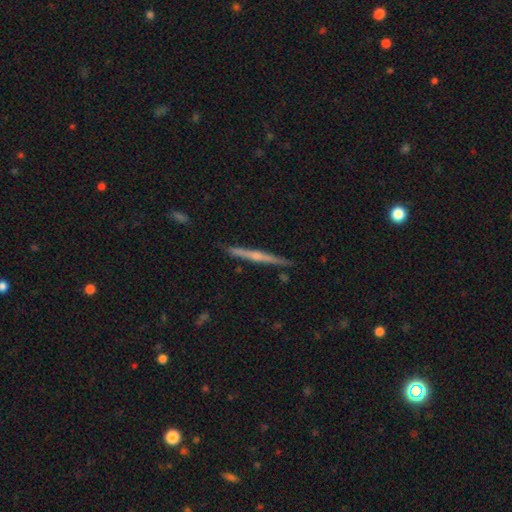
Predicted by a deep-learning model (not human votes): Smooth or featured? featured or disk (66%)
Edge-on disk? yes (98%)
Edge-on bulge? rounded (59%)
Merging? none (89%)